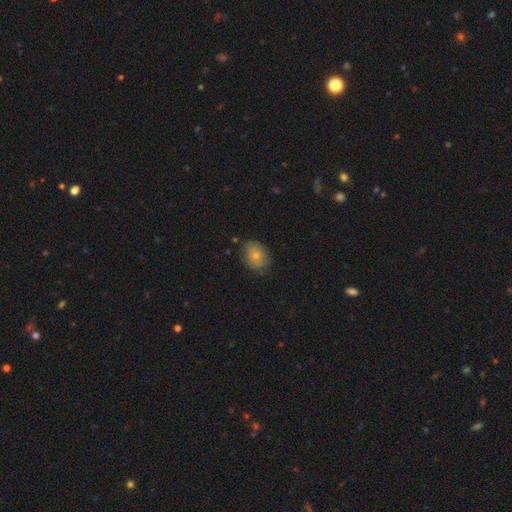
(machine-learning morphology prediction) Q: Smooth or featured?
A: smooth (66%); runner-up: featured or disk (20%)
Q: How rounded?
A: in between (52%); runner-up: round (47%)
Q: Merging?
A: none (81%); runner-up: minor disturbance (15%)